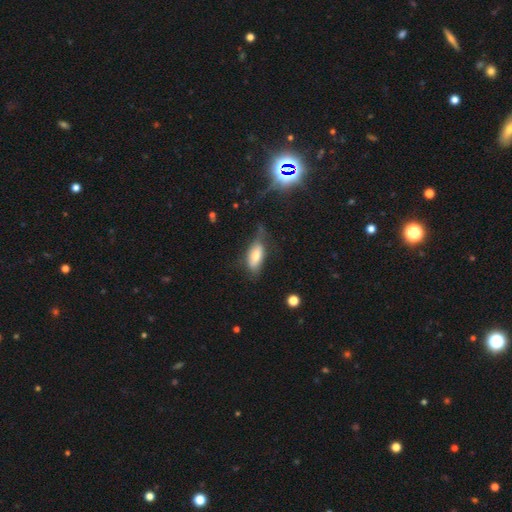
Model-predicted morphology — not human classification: This appears to be a smooth galaxy with no disk features (69%) that is in between round and cigar-shaped (79%). Merging: none (51%).